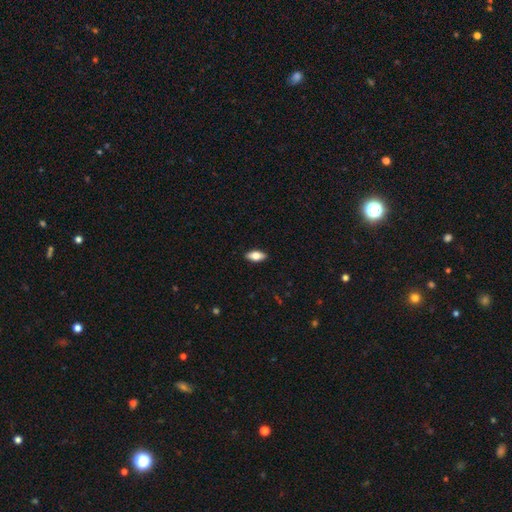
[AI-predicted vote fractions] Smooth or featured?
  - smooth: 76% *
  - featured or disk: 17%
  - star or artifact: 7%
How rounded?
  - in between: 87% *
  - cigar-shaped: 10%
  - round: 3%
Merging?
  - none: 90% *
  - minor disturbance: 8%
  - major disturbance: 2%
  - merger: 1%